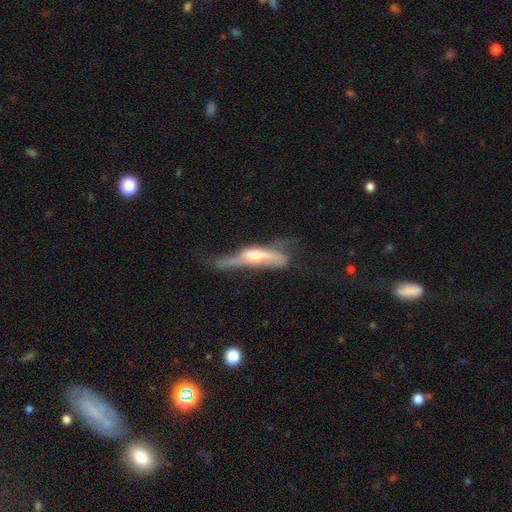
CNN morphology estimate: A featured or disk galaxy (65%) viewed edge-on (58%). Merging: major disturbance (38%).